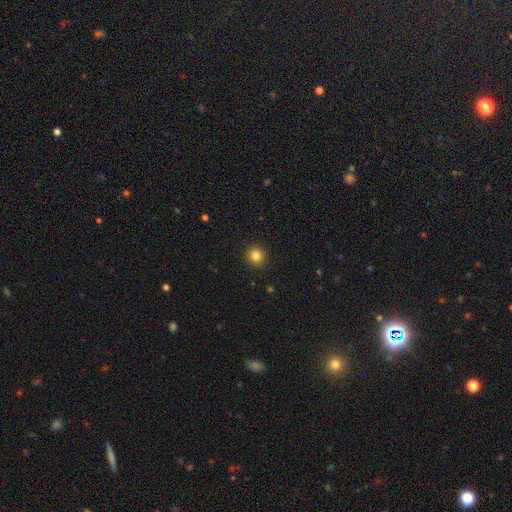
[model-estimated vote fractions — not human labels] Smooth or featured? smooth (84%)
How rounded? round (92%)
Merging? none (92%)